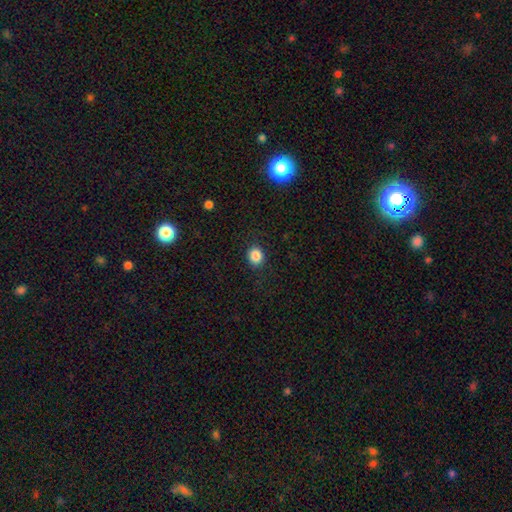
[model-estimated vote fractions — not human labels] Smooth or featured: smooth — 86% (star or artifact — 10%)
How rounded: round — 80% (in between — 19%)
Merging: none — 86% (minor disturbance — 9%)